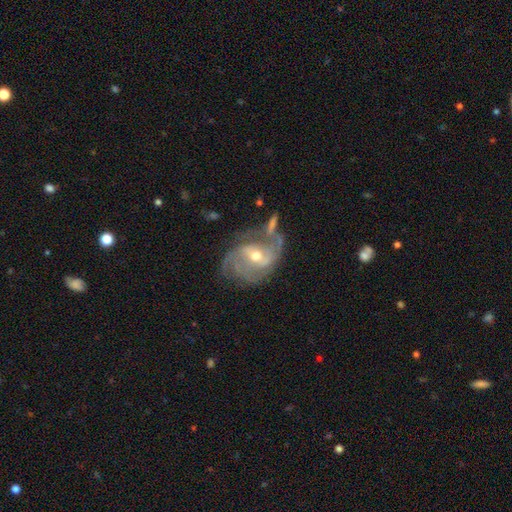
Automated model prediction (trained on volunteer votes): smooth_or_featured: featured or disk (p=0.86) [alt: smooth p=0.08]
disk_edge_on: no (p=0.97) [alt: yes p=0.03]
bar: weak (p=0.46) [alt: no p=0.34]
has_spiral_arms: yes (p=0.93) [alt: no p=0.07]
spiral_winding: medium (p=0.45) [alt: tight p=0.31]
spiral_arm_count: 2 (p=0.43) [alt: 3 p=0.21]
bulge_size: moderate (p=0.62) [alt: small p=0.33]
merging: none (p=0.48) [alt: minor disturbance p=0.22]